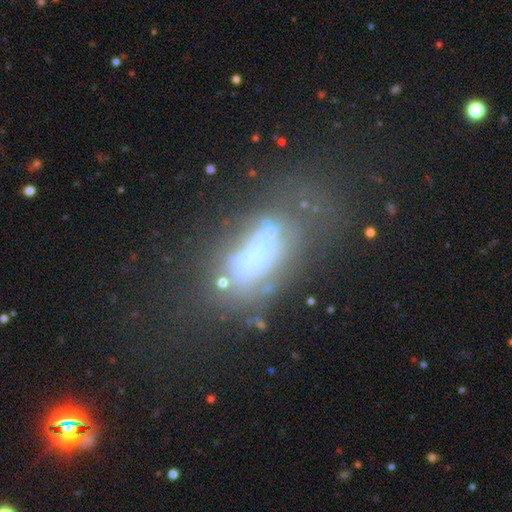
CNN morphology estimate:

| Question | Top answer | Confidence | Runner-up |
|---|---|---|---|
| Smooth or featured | featured or disk | 42% | smooth (38%) |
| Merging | major disturbance | 37% | none (30%) |